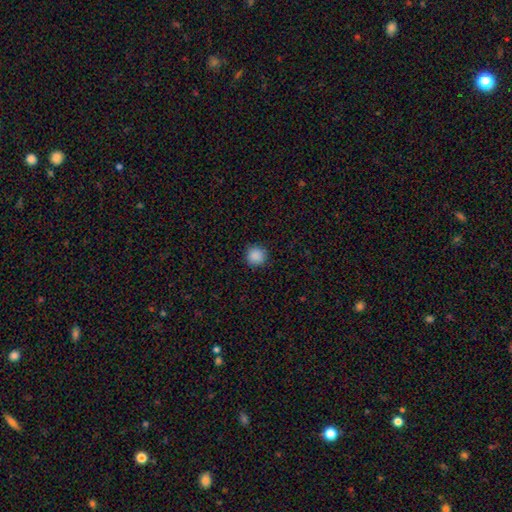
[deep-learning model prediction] Overall: smooth (88%). How rounded: round (94%). Merging: none (91%).